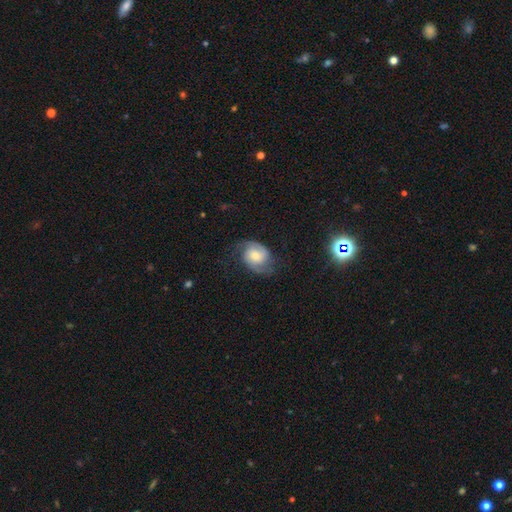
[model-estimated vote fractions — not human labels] smooth-or-featured: featured or disk: 74% | smooth: 20% | star or artifact: 7%
  disk-edge-on: no: 98% | yes: 2%
    bar: no: 61% | weak: 33% | strong: 6%
    has-spiral-arms: yes: 94% | no: 6%
      spiral-winding: medium: 48% | tight: 30% | loose: 23%
      spiral-arm-count: 2: 87% | can't tell: 6% | 1: 3% | 3: 2% | 4: 1% | more than 4: 1%
    bulge-size: moderate: 53% | small: 25% | large: 15% | none: 5% | dominant: 2%
  merging: none: 66% | minor disturbance: 21% | major disturbance: 12% | merger: 1%